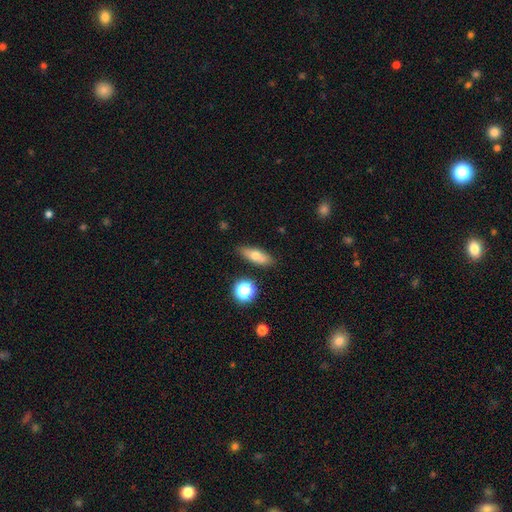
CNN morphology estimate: smooth-or-featured: smooth: 68% | featured or disk: 22% | star or artifact: 10%
  how-rounded: in between: 61% | cigar-shaped: 32% | round: 7%
  merging: none: 84% | minor disturbance: 10% | merger: 3% | major disturbance: 2%